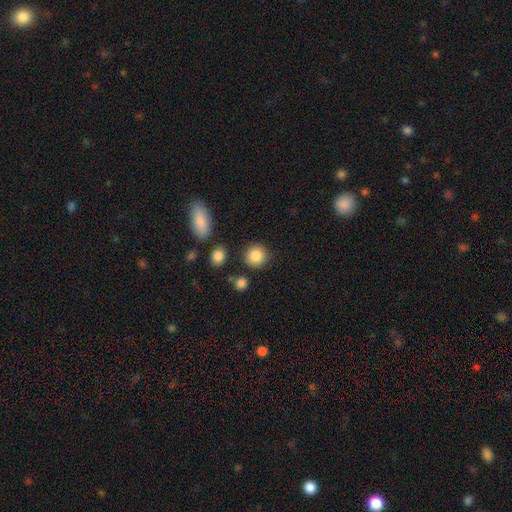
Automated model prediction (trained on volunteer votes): A smooth galaxy with no disk features (86%) that is round (90%). Merging: none (86%).